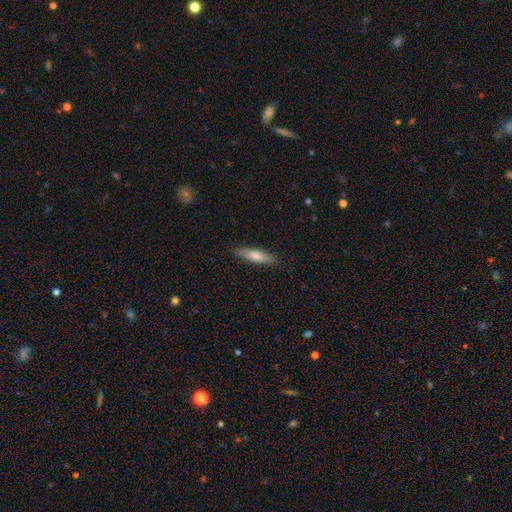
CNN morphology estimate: smooth 66%, featured or disk 28%, star or artifact 6%. Down the decision tree: how rounded — cigar-shaped (77%); merging — none (88%).